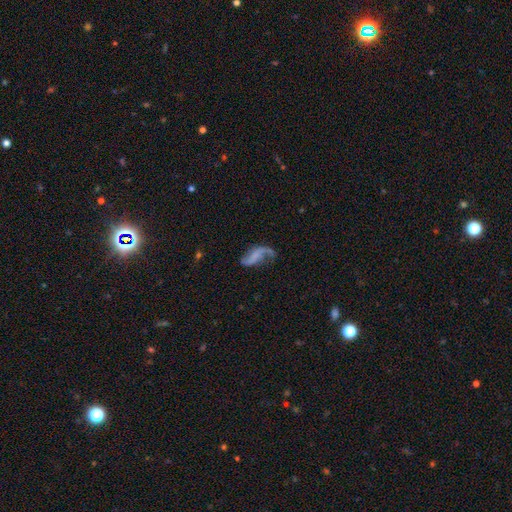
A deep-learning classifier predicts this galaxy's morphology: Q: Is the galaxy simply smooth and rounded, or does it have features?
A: featured or disk — 73%.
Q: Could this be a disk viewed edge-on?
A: no — 96%.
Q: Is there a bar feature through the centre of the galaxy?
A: no — 48%.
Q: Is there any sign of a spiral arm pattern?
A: yes — 89%.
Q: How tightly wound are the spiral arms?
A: loose — 87%.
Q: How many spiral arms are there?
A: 2 — 80%.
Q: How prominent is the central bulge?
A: none — 71%.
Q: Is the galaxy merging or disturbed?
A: none — 52%.